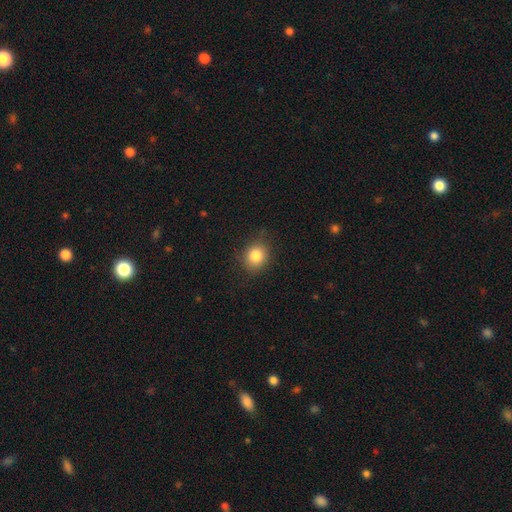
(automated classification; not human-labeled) Smooth or featured? smooth (83%)
How rounded? round (69%)
Merging? none (83%)